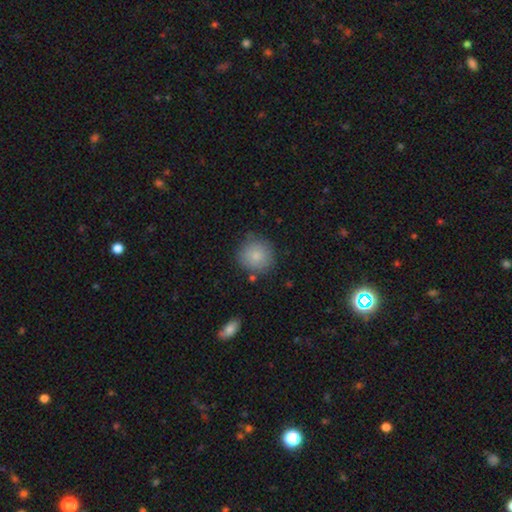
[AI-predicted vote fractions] Overall: smooth (83%). How rounded: round (92%). Merging: none (82%).